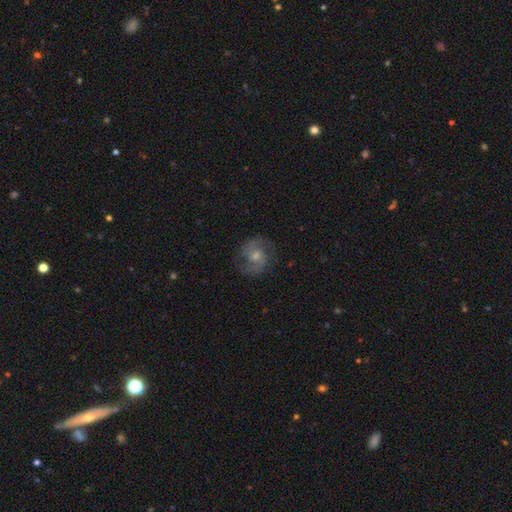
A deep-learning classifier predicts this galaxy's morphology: Smooth or featured? Predicted: featured or disk (p=0.76). Edge-on disk? Predicted: no (p=0.97). Bar? Predicted: no (p=0.53). Spiral arms? Predicted: yes (p=0.95). Spiral winding? Predicted: medium (p=0.53). Spiral arm count? Predicted: 2 (p=0.84). Bulge size? Predicted: moderate (p=0.58). Merging? Predicted: none (p=0.81).